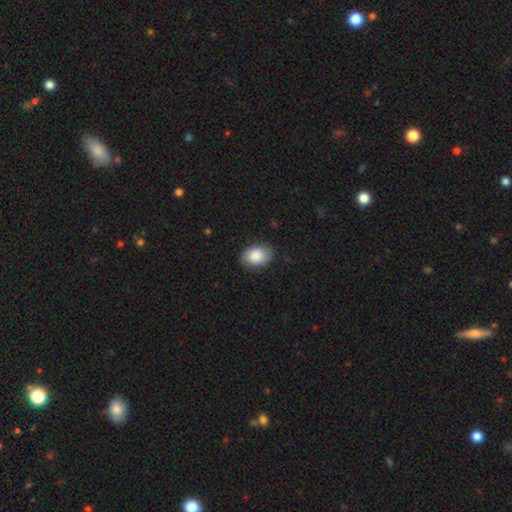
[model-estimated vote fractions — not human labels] Smooth or featured?
  - smooth: 78% *
  - featured or disk: 15%
  - star or artifact: 7%
How rounded?
  - in between: 79% *
  - round: 20%
  - cigar-shaped: 1%
Merging?
  - none: 80% *
  - minor disturbance: 15%
  - major disturbance: 3%
  - merger: 1%